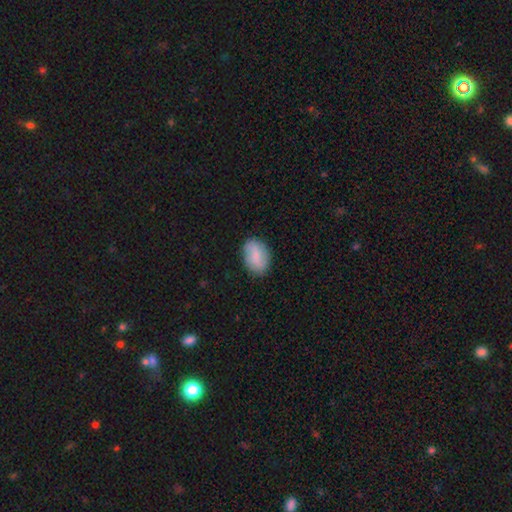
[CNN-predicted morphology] Smooth or featured? Predicted: smooth (p=0.72). How rounded? Predicted: in between (p=0.84). Merging? Predicted: none (p=0.82).